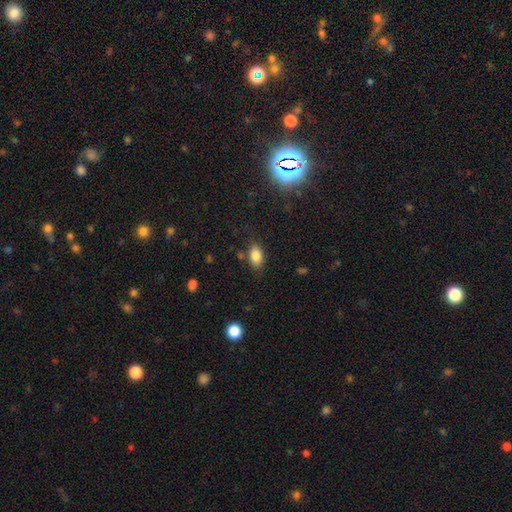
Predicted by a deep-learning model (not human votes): This is clearly a smooth galaxy (85%). How rounded: clearly in between (90%). Merging: likely none (80%).